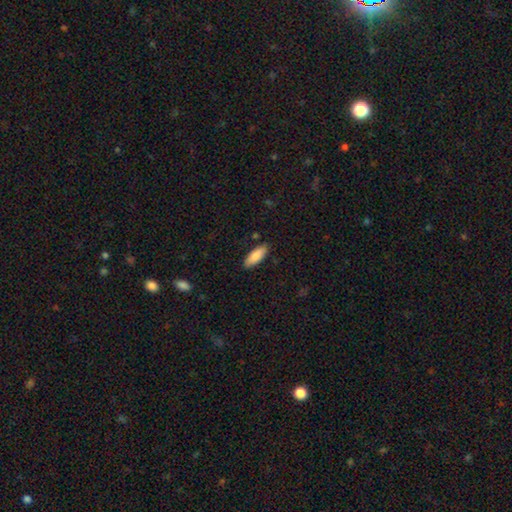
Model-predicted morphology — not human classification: type=smooth (86%); roundness=in between (69%); merging=none (86%).